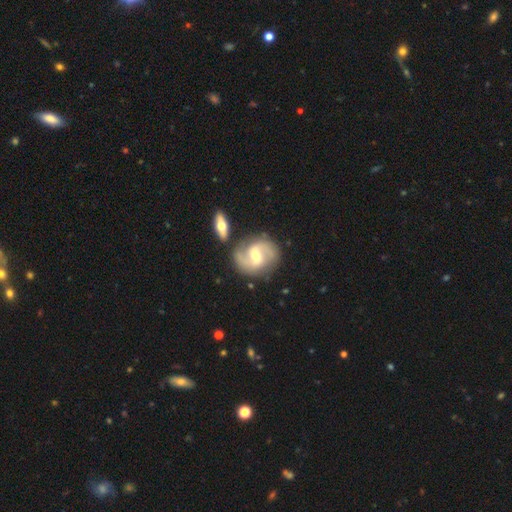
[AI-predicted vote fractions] The model was most divided on "spiral winding": medium: 52%, loose: 31%, tight: 17%. More confident: edge-on disk — no (97%); spiral arms — yes (96%); spiral arm count — 2 (91%); smooth or featured — featured or disk (84%); merging — none (72%); bulge size — moderate (58%); bar — weak (53%).